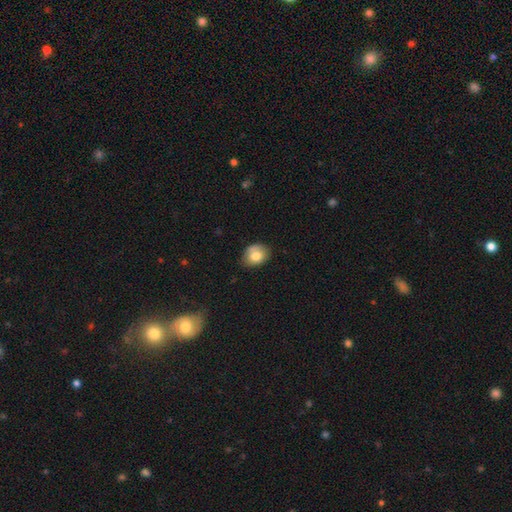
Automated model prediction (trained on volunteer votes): This appears to be a smooth galaxy with no disk features (76%) that is in between round and cigar-shaped (59%). Merging: none (62%).